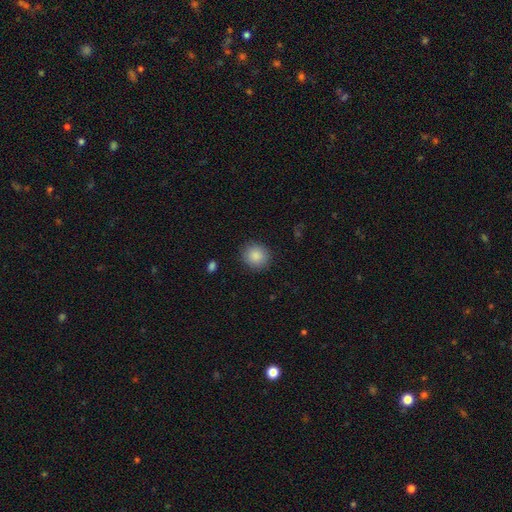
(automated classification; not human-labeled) The model was most divided on "how rounded": round: 89%, in between: 10%, cigar-shaped: 1%. More confident: merging — none (89%); smooth or featured — smooth (88%).